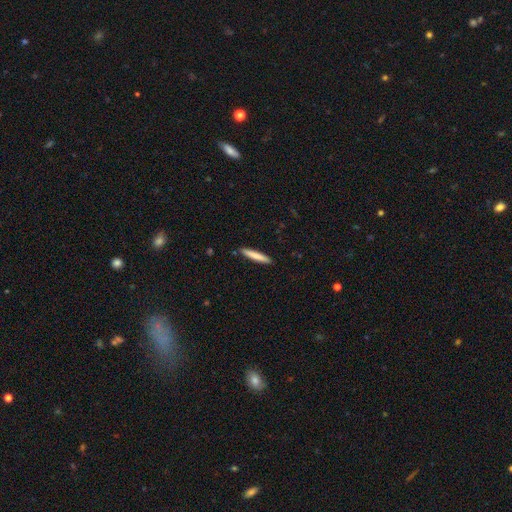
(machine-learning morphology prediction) Smooth or featured: smooth — 78% (featured or disk — 16%)
How rounded: cigar-shaped — 94% (in between — 5%)
Merging: none — 90% (minor disturbance — 7%)